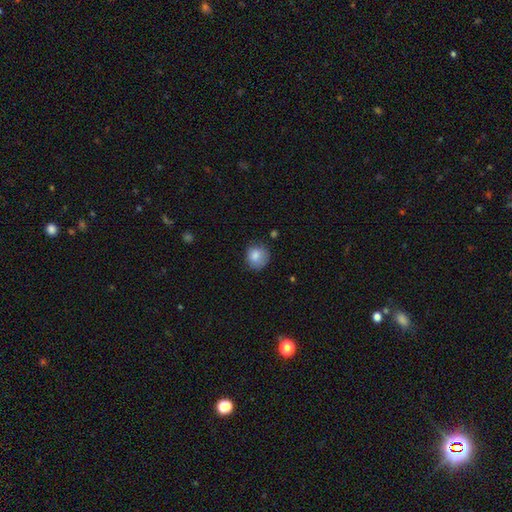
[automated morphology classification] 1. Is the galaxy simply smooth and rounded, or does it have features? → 82% smooth, 9% featured or disk, 9% star or artifact.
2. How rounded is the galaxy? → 80% round, 19% in between, 1% cigar-shaped.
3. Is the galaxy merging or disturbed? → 66% none, 25% minor disturbance, 7% major disturbance, 2% merger.